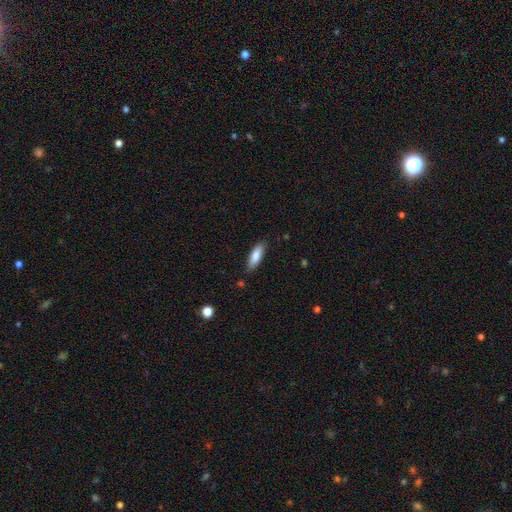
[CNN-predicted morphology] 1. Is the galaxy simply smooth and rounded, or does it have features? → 83% smooth, 11% featured or disk, 6% star or artifact.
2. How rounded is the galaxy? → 56% in between, 43% cigar-shaped, 2% round.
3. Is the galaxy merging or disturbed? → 81% none, 14% minor disturbance, 3% major disturbance, 2% merger.